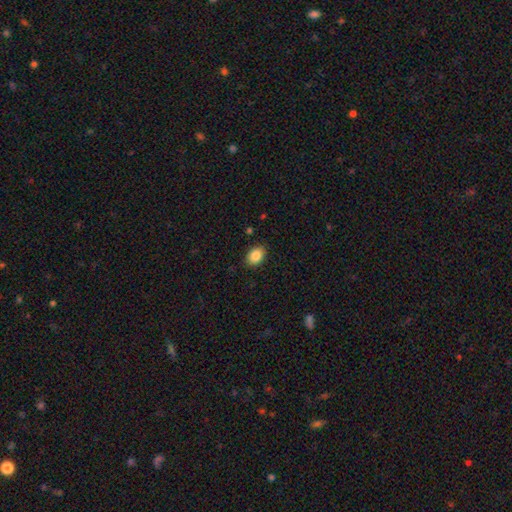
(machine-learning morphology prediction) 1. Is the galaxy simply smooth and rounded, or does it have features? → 87% smooth, 8% star or artifact, 5% featured or disk.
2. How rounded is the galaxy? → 78% in between, 21% round, 1% cigar-shaped.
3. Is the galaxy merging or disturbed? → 87% none, 9% minor disturbance, 2% major disturbance, 1% merger.